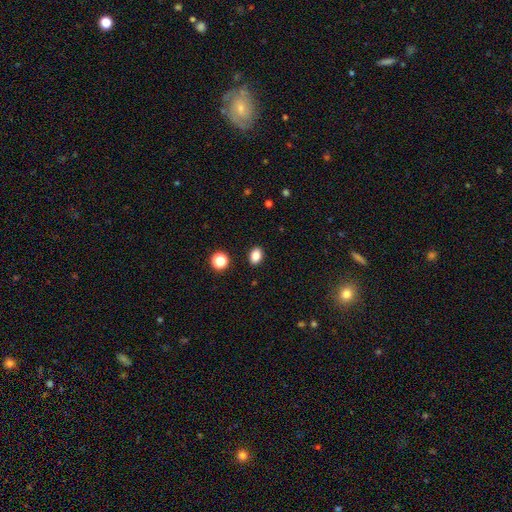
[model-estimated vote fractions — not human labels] smooth-or-featured: smooth: 85% | star or artifact: 11% | featured or disk: 5%
  how-rounded: in between: 76% | round: 23% | cigar-shaped: 1%
  merging: none: 90% | minor disturbance: 7% | major disturbance: 2% | merger: 2%